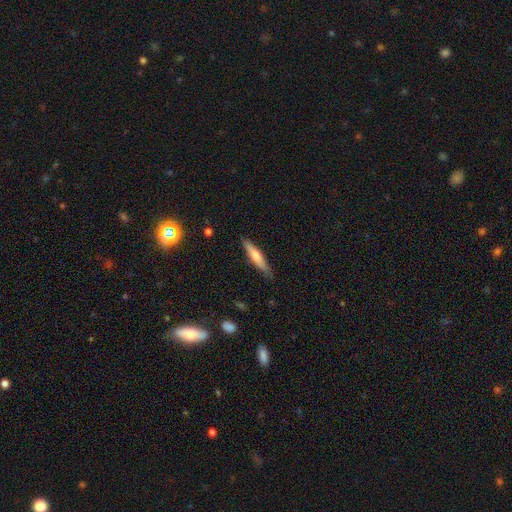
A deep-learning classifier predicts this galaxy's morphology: smooth_or_featured: smooth (p=0.57) [alt: featured or disk p=0.38]
how_rounded: cigar-shaped (p=0.87) [alt: in between p=0.11]
merging: none (p=0.85) [alt: minor disturbance p=0.12]